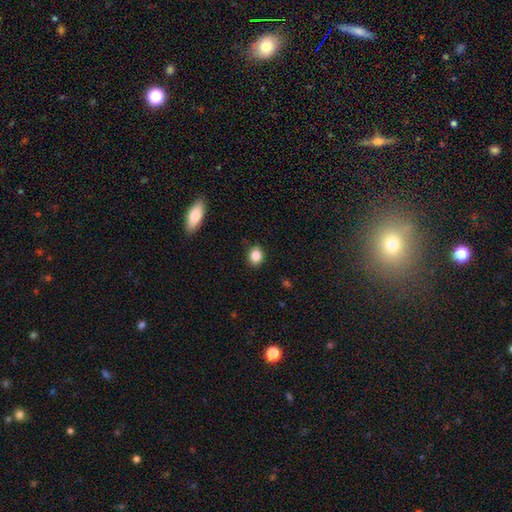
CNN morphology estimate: Smooth or featured?
  - smooth: 86% *
  - star or artifact: 10%
  - featured or disk: 5%
How rounded?
  - in between: 52% *
  - round: 46%
  - cigar-shaped: 1%
Merging?
  - none: 86% *
  - minor disturbance: 10%
  - major disturbance: 2%
  - merger: 1%